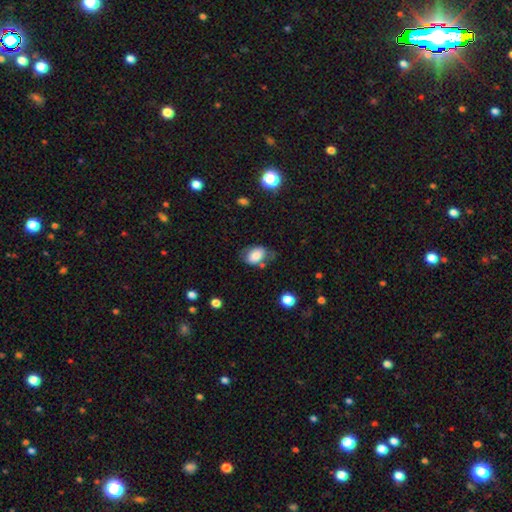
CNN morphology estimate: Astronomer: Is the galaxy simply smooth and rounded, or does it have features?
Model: smooth — 76%.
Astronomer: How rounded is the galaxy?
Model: in between — 82%.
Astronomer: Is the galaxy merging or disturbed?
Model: none — 58%.